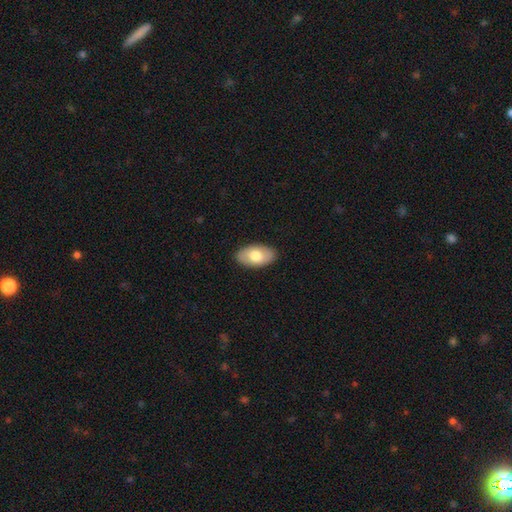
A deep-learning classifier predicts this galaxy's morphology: The model was most divided on "smooth or featured": smooth: 69%, featured or disk: 25%, star or artifact: 5%. More confident: how rounded — in between (95%); merging — none (88%).